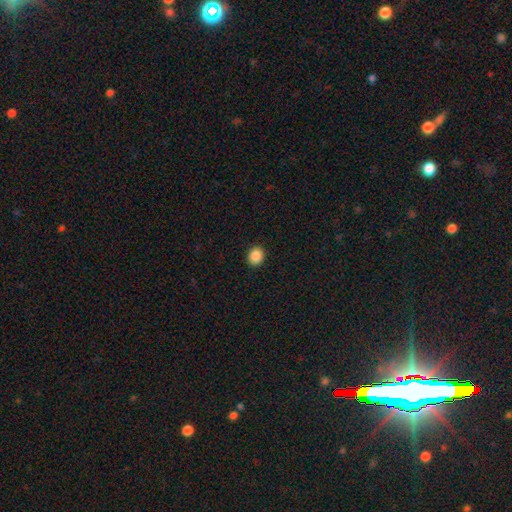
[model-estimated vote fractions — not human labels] smooth-or-featured: smooth: 88% | star or artifact: 9% | featured or disk: 3%
  how-rounded: round: 70% | in between: 29% | cigar-shaped: 1%
  merging: none: 92% | minor disturbance: 6% | major disturbance: 2% | merger: 1%